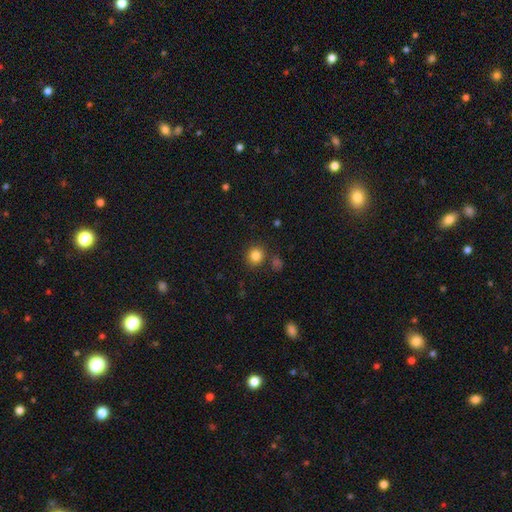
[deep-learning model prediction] smooth-or-featured: smooth: 83% | star or artifact: 12% | featured or disk: 5%
  how-rounded: round: 85% | in between: 14% | cigar-shaped: 1%
  merging: none: 83% | minor disturbance: 9% | merger: 5% | major disturbance: 3%